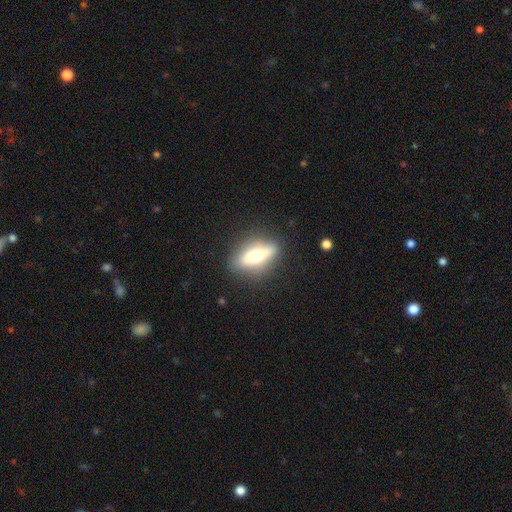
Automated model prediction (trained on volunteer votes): Smooth or featured: smooth — 53% (featured or disk — 40%)
How rounded: in between — 56% (cigar-shaped — 38%)
Merging: none — 82% (minor disturbance — 12%)